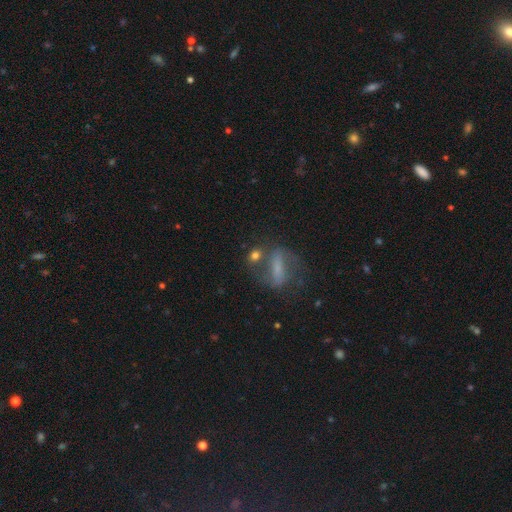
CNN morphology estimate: smooth-or-featured: smooth: 45% | featured or disk: 41% | star or artifact: 14%
  merging: none: 54% | merger: 18% | minor disturbance: 16% | major disturbance: 12%